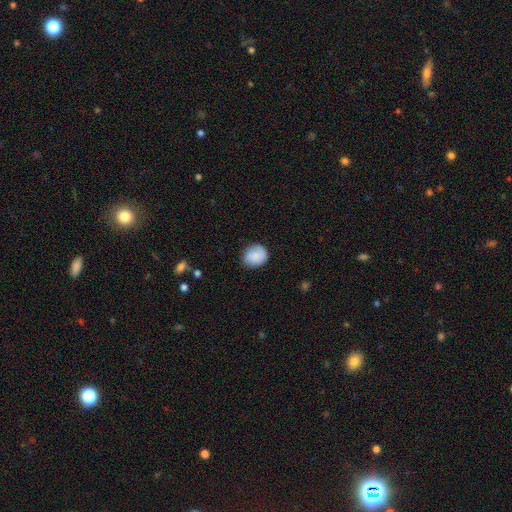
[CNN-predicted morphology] type=smooth (80%); roundness=round (74%); merging=none (77%).